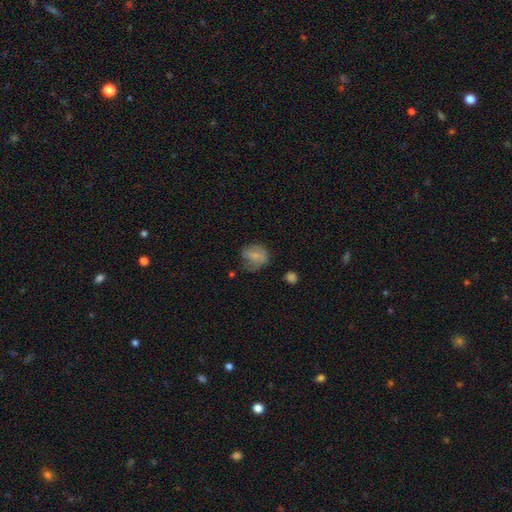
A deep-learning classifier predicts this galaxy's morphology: smooth 68%, featured or disk 22%, star or artifact 9%. Down the decision tree: how rounded — round (68%); merging — none (52%).